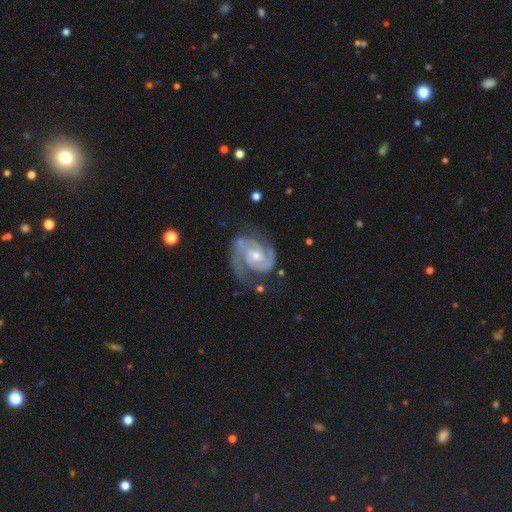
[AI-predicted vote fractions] A featured or disk galaxy (92%) with no bar (50%), 2 (87%) tight (54%) spiral arms (98%) and a small central bulge (48%). Merging: none (64%).